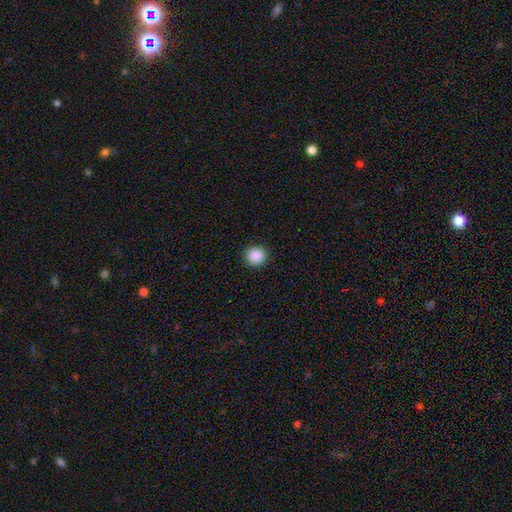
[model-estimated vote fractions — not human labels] A smooth galaxy with no disk features (89%) that is round (90%). Merging: none (92%).